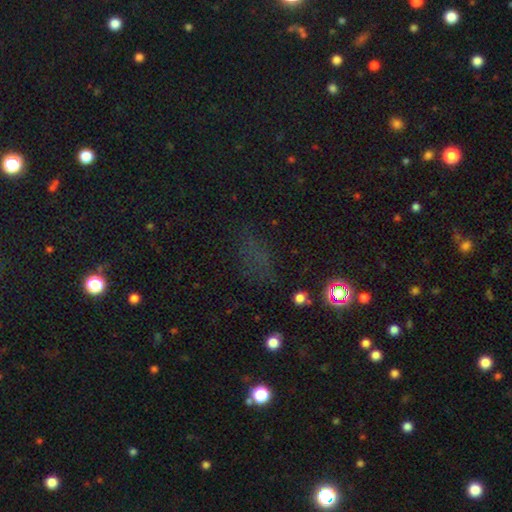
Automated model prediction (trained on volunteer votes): star or artifact 47%, smooth 41%, featured or disk 12%.